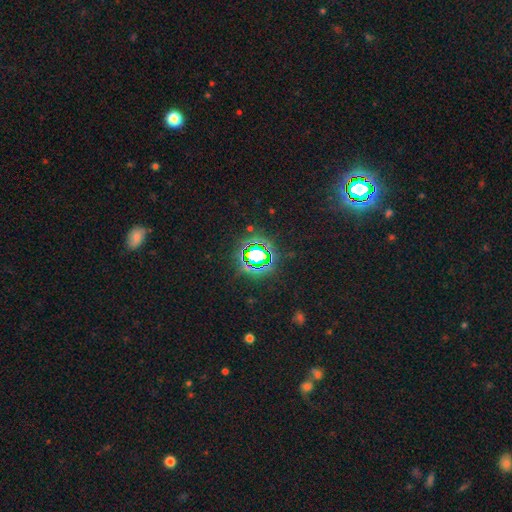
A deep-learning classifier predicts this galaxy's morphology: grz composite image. It shows a star or artifact, not a galaxy (74%).